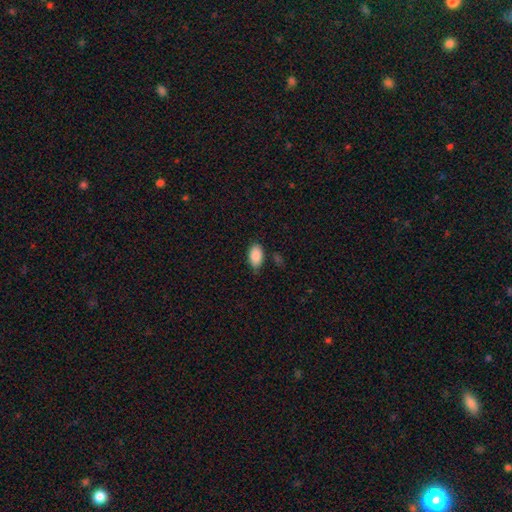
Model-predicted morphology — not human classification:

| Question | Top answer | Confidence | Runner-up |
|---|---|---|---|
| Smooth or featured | smooth | 89% | star or artifact (7%) |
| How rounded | in between | 94% | round (4%) |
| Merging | none | 75% | minor disturbance (19%) |